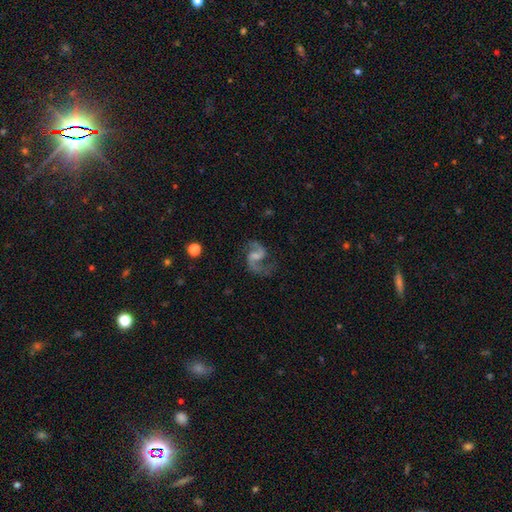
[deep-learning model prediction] Smooth or featured?
  - featured or disk: 90% *
  - star or artifact: 5%
  - smooth: 5%
Edge-on disk?
  - no: 98% *
  - yes: 2%
Bar?
  - weak: 51% *
  - no: 33%
  - strong: 16%
Spiral arms?
  - yes: 97% *
  - no: 3%
Spiral winding?
  - loose: 49% *
  - medium: 44%
  - tight: 6%
Spiral arm count?
  - 2: 92% *
  - 1: 3%
  - can't tell: 2%
  - 3: 1%
  - 4: 1%
  - more than 4: 1%
Bulge size?
  - small: 35% *
  - none: 33%
  - moderate: 26%
  - large: 4%
  - dominant: 1%
Merging?
  - none: 72% *
  - minor disturbance: 15%
  - major disturbance: 11%
  - merger: 2%